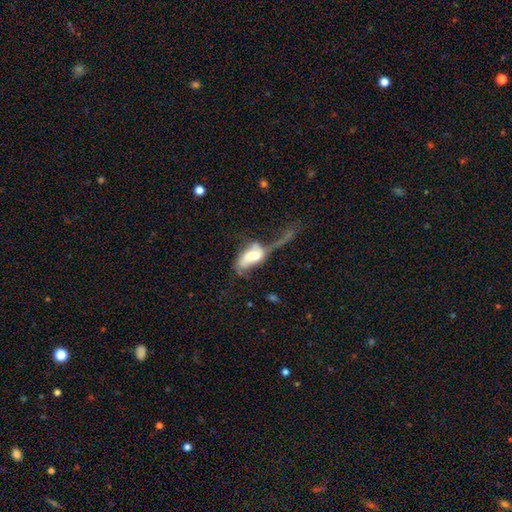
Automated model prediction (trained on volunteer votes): This appears to be a featured or disk galaxy (46%). Merging: major disturbance (52%).